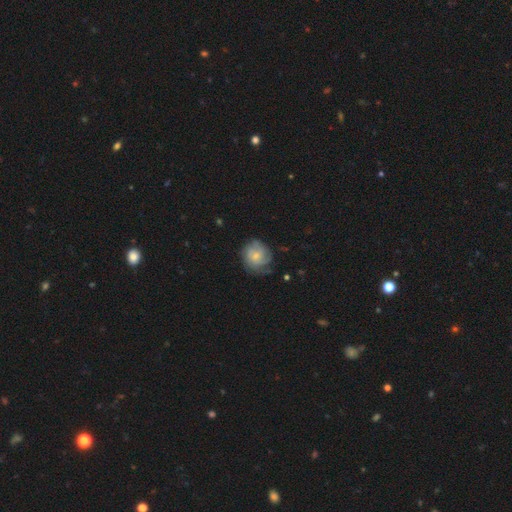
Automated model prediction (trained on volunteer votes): This appears to be a featured or disk galaxy (55%) with no bar (77%), spiral arms (83%) and a small central bulge (67%). Merging: none (61%).